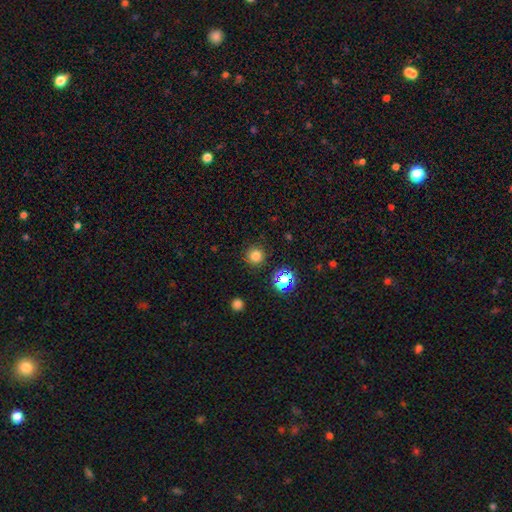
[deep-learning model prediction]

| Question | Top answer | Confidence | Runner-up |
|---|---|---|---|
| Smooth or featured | smooth | 76% | star or artifact (18%) |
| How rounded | round | 95% | in between (4%) |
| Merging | none | 89% | minor disturbance (7%) |